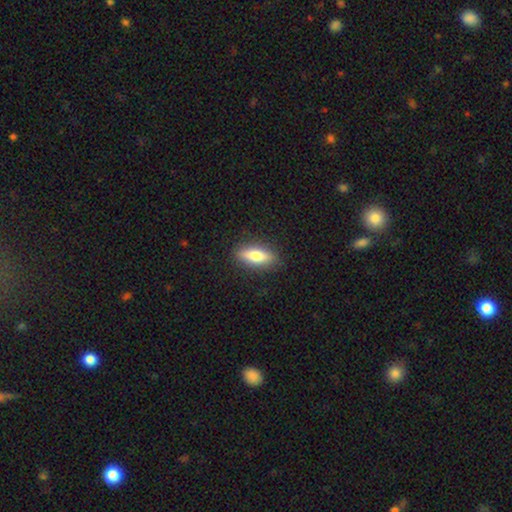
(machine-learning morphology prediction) type=smooth (70%); roundness=in between (59%); merging=none (88%).